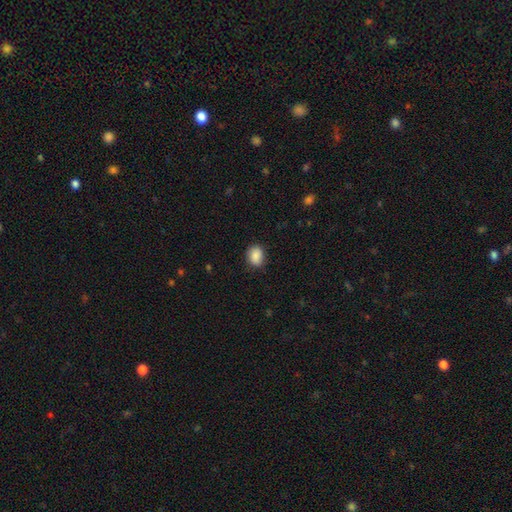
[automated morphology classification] smooth 88%, star or artifact 8%, featured or disk 4%. Down the decision tree: how rounded — in between (57%); merging — none (85%).